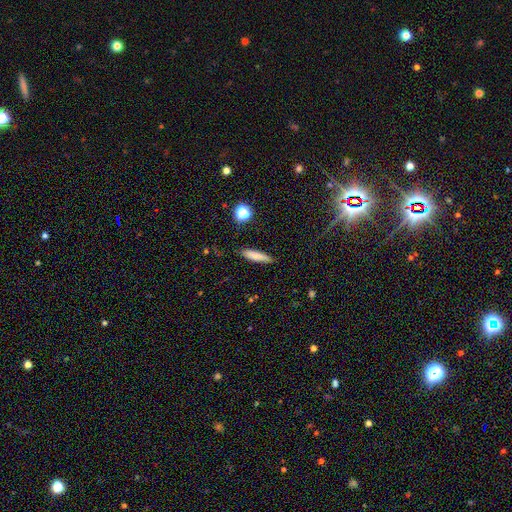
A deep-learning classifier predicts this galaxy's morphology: This appears to be a smooth galaxy with no disk features (78%) that is cigar-shaped (81%). Merging: none (85%).